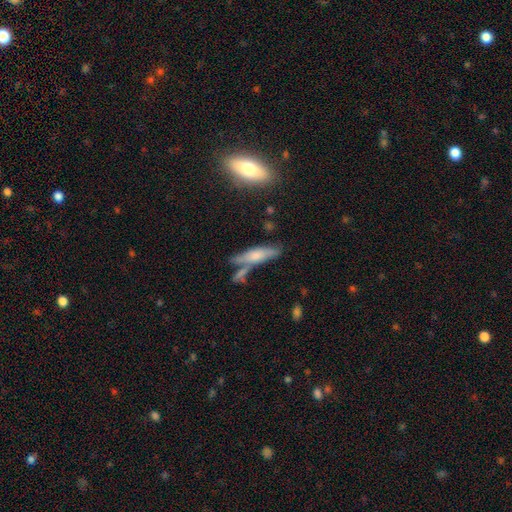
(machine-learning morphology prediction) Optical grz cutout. It shows a smooth galaxy with no disk features (57%) that is cigar-shaped (69%). Merging: none (60%).